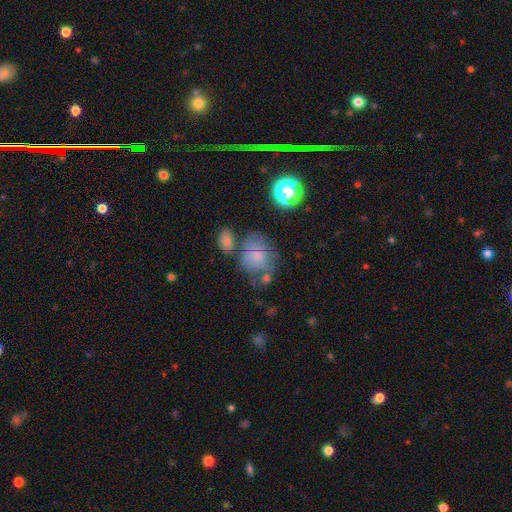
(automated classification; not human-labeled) This is likely a smooth galaxy (65%). How rounded: likely round (62%). Merging: marginally none (45%).